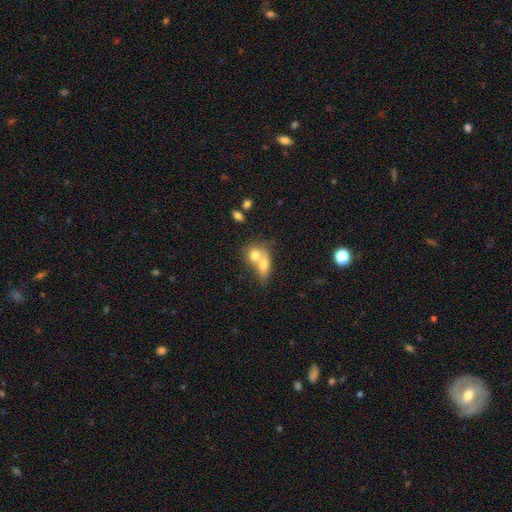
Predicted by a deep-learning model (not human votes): Smooth or featured?
  - smooth: 71% *
  - featured or disk: 21%
  - star or artifact: 8%
How rounded?
  - in between: 53% *
  - round: 41%
  - cigar-shaped: 6%
Merging?
  - merger: 72% *
  - none: 19%
  - minor disturbance: 6%
  - major disturbance: 4%